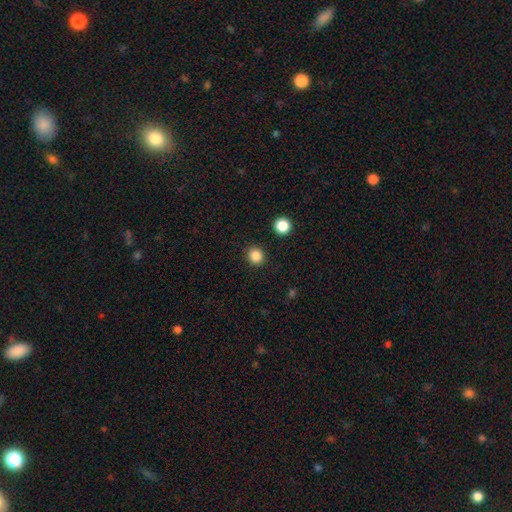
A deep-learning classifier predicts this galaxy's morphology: Smooth or featured: smooth — 85% (star or artifact — 11%)
How rounded: round — 87% (in between — 12%)
Merging: none — 91% (minor disturbance — 6%)